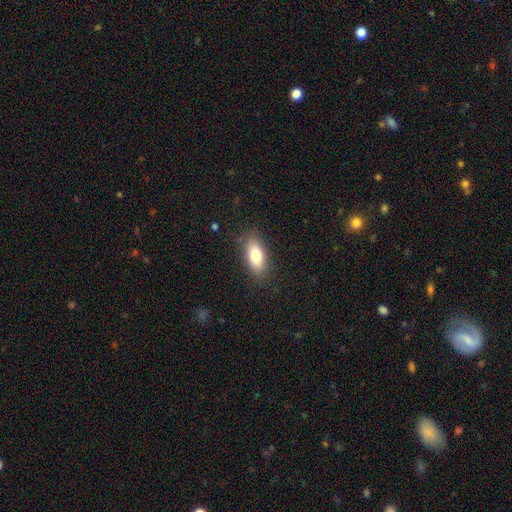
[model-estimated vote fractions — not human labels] smooth_or_featured: smooth (p=0.79) [alt: featured or disk p=0.14]
how_rounded: in between (p=0.84) [alt: cigar-shaped p=0.13]
merging: none (p=0.85) [alt: minor disturbance p=0.11]